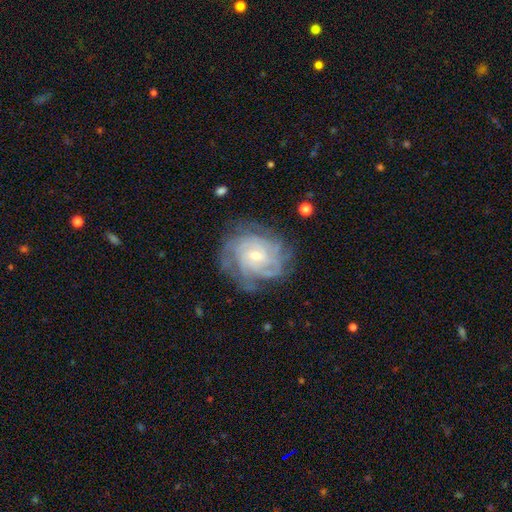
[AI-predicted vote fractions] A featured or disk galaxy (85%) with no bar (60%), tight (68%) spiral arms (96%) and a small central bulge (67%).

Vote fractions:
- Smooth or featured? featured or disk: 85% / smooth: 9% / star or artifact: 6%
- Edge-on disk? no: 98% / yes: 2%
- Bar? no: 60% / weak: 34% / strong: 6%
- Spiral arms? yes: 96% / no: 4%
- Spiral winding? tight: 68% / medium: 26% / loose: 6%
- Spiral arm count? can't tell: 35% / 4: 25% / 3: 13% / more than 4: 13% / 2: 8% / 1: 6%
- Bulge size? small: 67% / moderate: 30% / large: 2% / none: 1% / dominant: 1%
- Merging? none: 70% / minor disturbance: 19% / major disturbance: 9% / merger: 1%